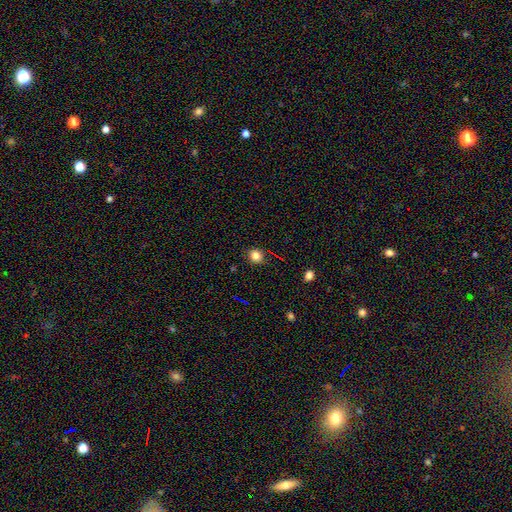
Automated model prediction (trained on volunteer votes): The model was most divided on "smooth or featured": smooth: 81%, star or artifact: 13%, featured or disk: 6%. More confident: merging — none (90%); how rounded — round (85%).